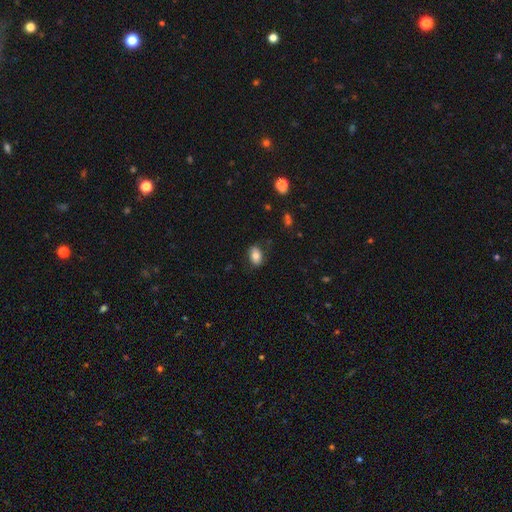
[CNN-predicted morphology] smooth-or-featured: smooth: 78% | featured or disk: 14% | star or artifact: 8%
  how-rounded: in between: 87% | round: 11% | cigar-shaped: 2%
  merging: none: 81% | minor disturbance: 15% | major disturbance: 3% | merger: 1%